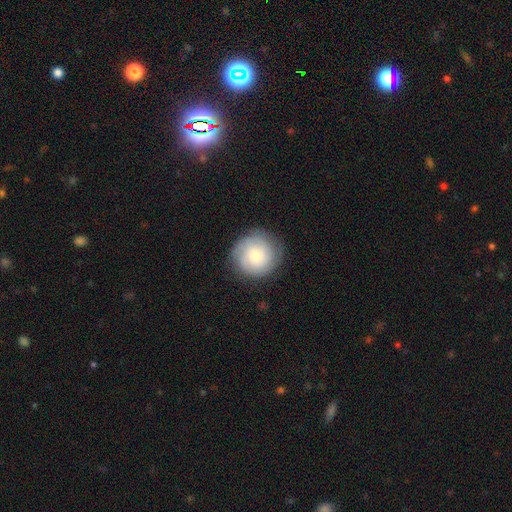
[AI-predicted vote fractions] Morphology: type=smooth (55%); roundness=round (92%); merging=none (82%).